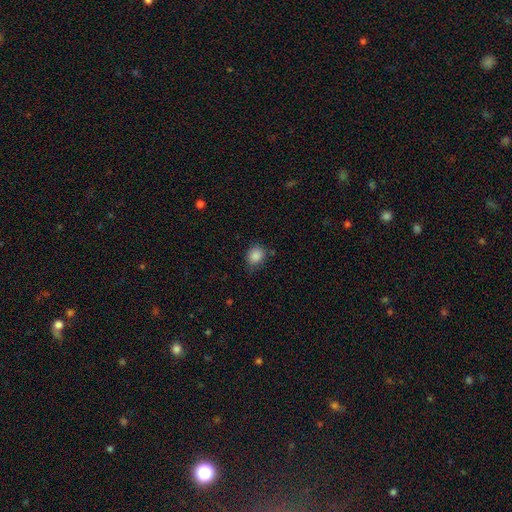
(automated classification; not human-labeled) A smooth galaxy with no disk features (86%) that is round (66%).

Vote fractions:
- Smooth or featured? smooth: 86% / star or artifact: 10% / featured or disk: 4%
- How rounded? round: 66% / in between: 33% / cigar-shaped: 1%
- Merging? none: 72% / minor disturbance: 21% / major disturbance: 5% / merger: 3%